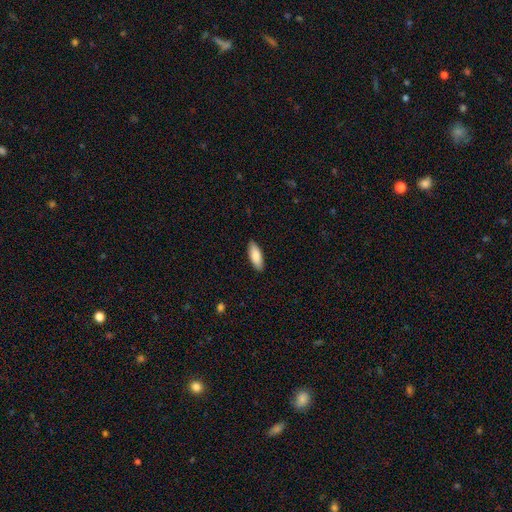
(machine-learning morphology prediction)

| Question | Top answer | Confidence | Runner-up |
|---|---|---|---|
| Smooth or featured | smooth | 86% | featured or disk (8%) |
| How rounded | in between | 73% | cigar-shaped (26%) |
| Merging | none | 89% | minor disturbance (8%) |